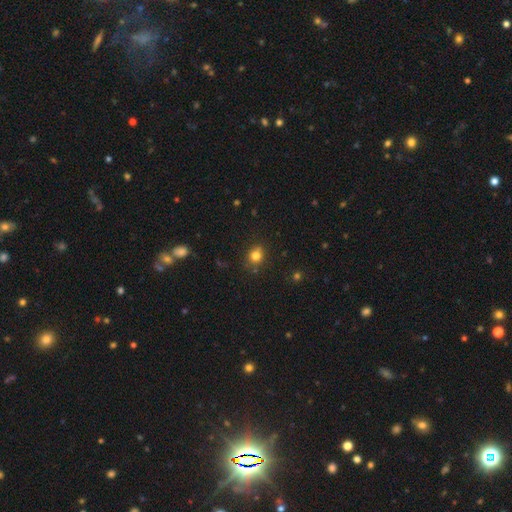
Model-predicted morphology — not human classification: Smooth or featured? Predicted: smooth (p=0.79). How rounded? Predicted: round (p=0.69). Merging? Predicted: none (p=0.78).